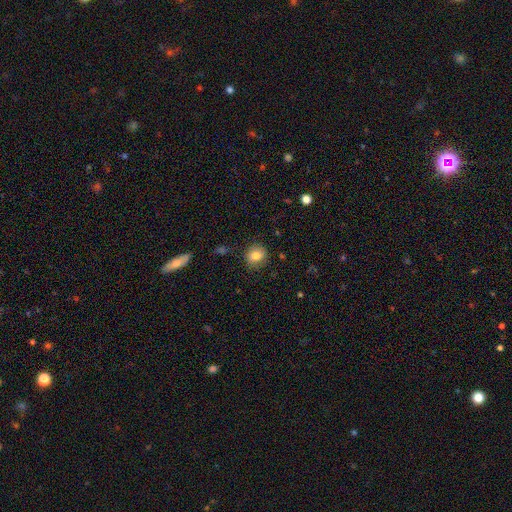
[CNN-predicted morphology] Smooth or featured: smooth — 80% (featured or disk — 10%)
How rounded: round — 74% (in between — 25%)
Merging: none — 83% (minor disturbance — 13%)